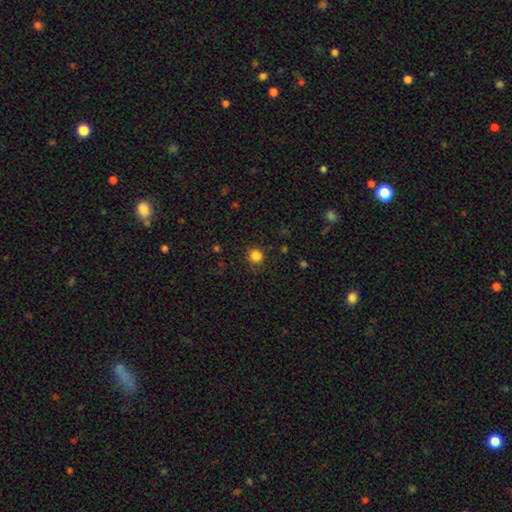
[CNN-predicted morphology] This is clearly a smooth galaxy (84%). How rounded: clearly round (90%). Merging: clearly none (85%).